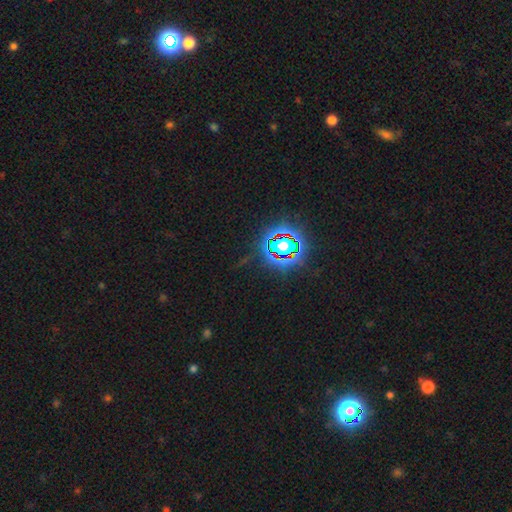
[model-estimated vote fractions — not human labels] The model was most divided on "smooth or featured": star or artifact: 82%, smooth: 11%, featured or disk: 7%.